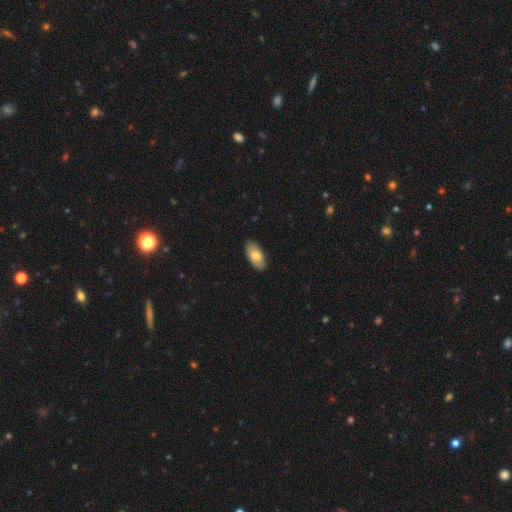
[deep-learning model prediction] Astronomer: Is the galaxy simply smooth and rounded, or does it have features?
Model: smooth — 77%.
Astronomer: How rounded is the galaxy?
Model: in between — 93%.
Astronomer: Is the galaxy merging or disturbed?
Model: none — 88%.